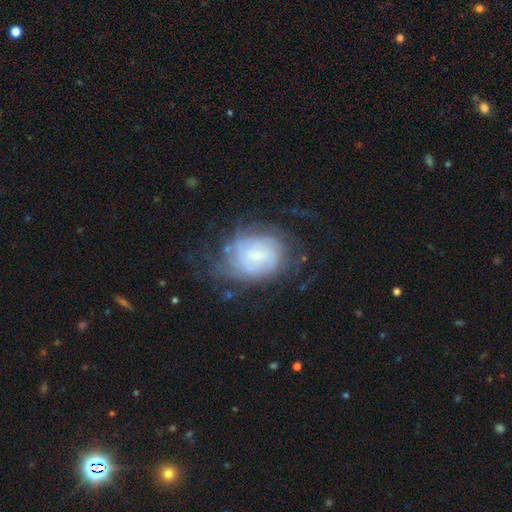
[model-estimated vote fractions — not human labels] This is likely a featured or disk galaxy (64%). It is clearly not viewed edge-on (97%). Bar: possibly no (60%). Spiral arm pattern: clearly yes (82%). Spiral arm count: possibly can't tell (60%). Spiral winding: likely tight (61%). Central bulge: likely small (77%). Merging: possibly none (57%).